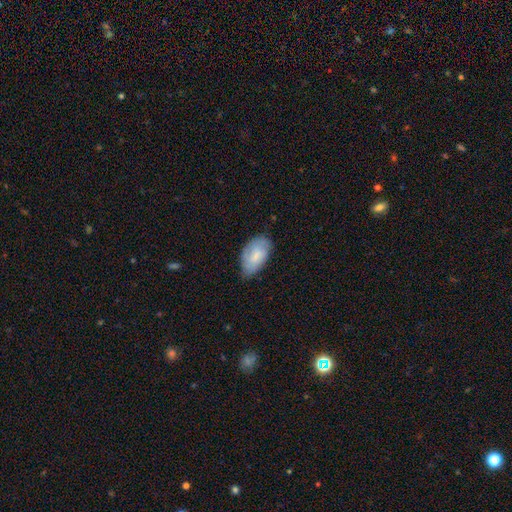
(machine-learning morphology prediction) Smooth or featured?
  - smooth: 66% *
  - featured or disk: 27%
  - star or artifact: 7%
How rounded?
  - in between: 94% *
  - round: 4%
  - cigar-shaped: 2%
Merging?
  - none: 64% *
  - minor disturbance: 29%
  - major disturbance: 6%
  - merger: 1%